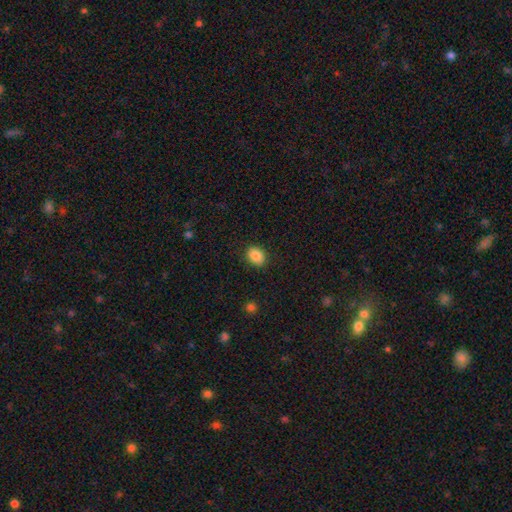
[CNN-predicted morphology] Smooth or featured: smooth — 87% (star or artifact — 9%)
How rounded: in between — 59% (round — 40%)
Merging: none — 88% (minor disturbance — 9%)